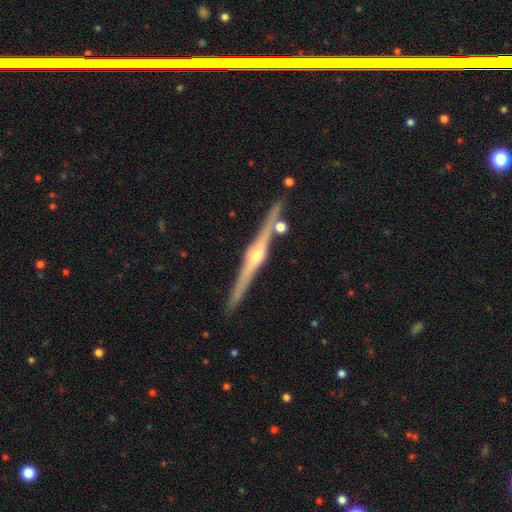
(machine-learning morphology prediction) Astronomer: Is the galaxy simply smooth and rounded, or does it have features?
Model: featured or disk — 86%.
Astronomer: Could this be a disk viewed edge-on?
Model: yes — 98%.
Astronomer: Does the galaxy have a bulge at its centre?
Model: rounded — 85%.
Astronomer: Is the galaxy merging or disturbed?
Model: none — 86%.